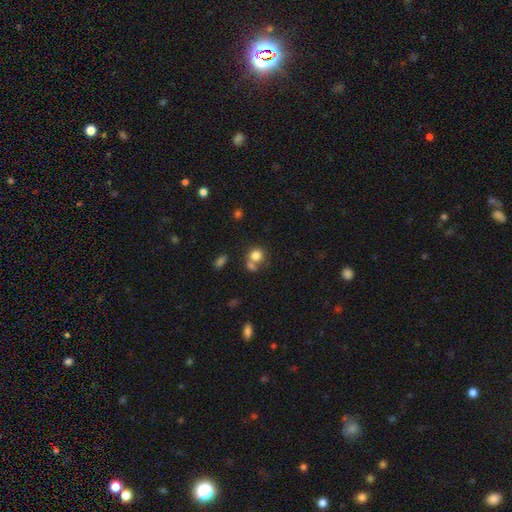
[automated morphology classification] Smooth or featured? Predicted: smooth (p=0.80). How rounded? Predicted: round (p=0.78). Merging? Predicted: none (p=0.48).